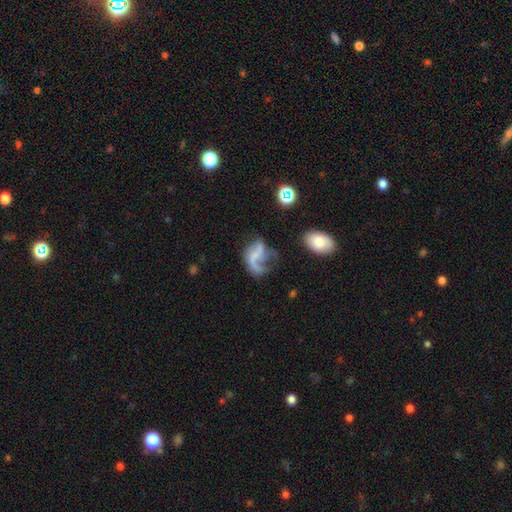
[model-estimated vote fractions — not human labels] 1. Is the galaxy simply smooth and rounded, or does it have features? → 66% featured or disk, 22% smooth, 11% star or artifact.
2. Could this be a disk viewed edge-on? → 97% no, 3% yes.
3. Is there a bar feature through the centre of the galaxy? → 51% no, 32% weak, 17% strong.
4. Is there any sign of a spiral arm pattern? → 77% yes, 23% no.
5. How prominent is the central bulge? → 68% none, 20% small, 8% moderate, 2% large, 2% dominant.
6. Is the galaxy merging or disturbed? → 40% major disturbance, 33% none, 19% minor disturbance, 8% merger.